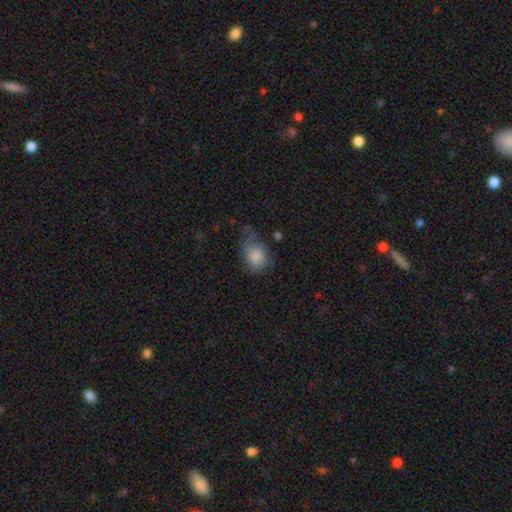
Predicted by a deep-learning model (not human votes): Q: Smooth or featured?
A: smooth (82%); runner-up: featured or disk (10%)
Q: How rounded?
A: in between (70%); runner-up: round (29%)
Q: Merging?
A: minor disturbance (37%); runner-up: none (35%)